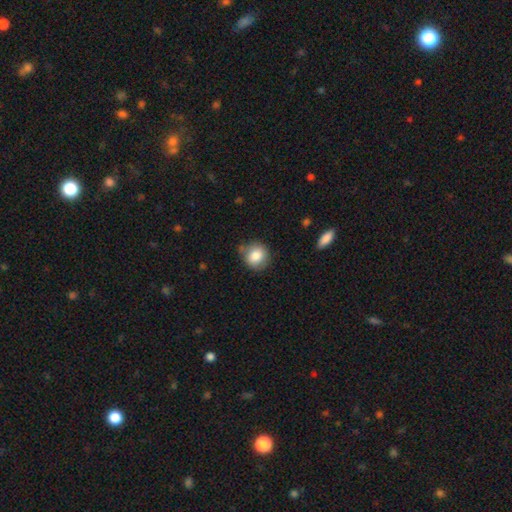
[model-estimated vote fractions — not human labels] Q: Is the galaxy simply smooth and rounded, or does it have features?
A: smooth — 83%.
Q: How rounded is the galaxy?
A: round — 84%.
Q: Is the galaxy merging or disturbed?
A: none — 71%.